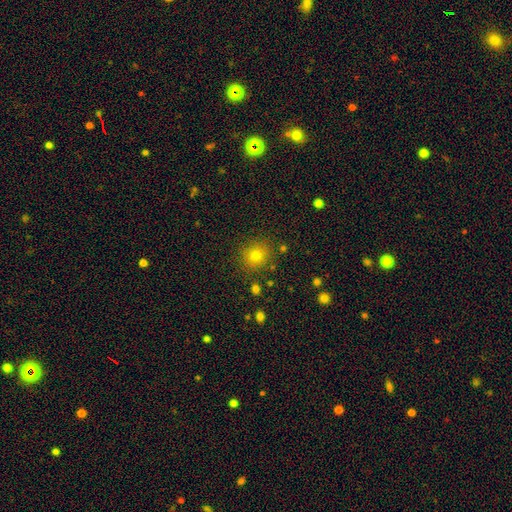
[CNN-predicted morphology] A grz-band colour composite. It shows a smooth galaxy with no disk features (78%) that is round (88%). Merging: none (86%).